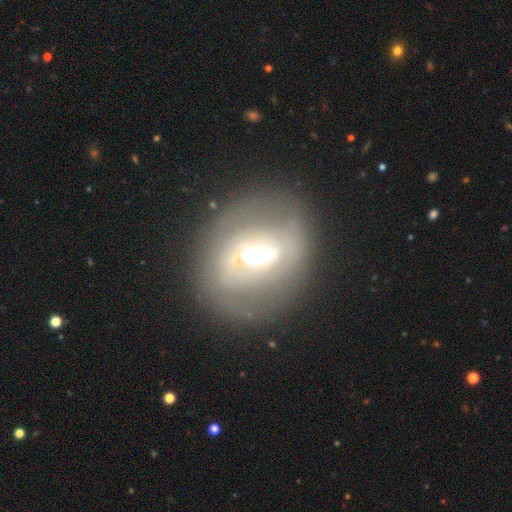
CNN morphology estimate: Smooth or featured? featured or disk (73%)
Edge-on disk? no (81%)
Bar? strong (65%)
Spiral arms? no (58%)
Bulge size? moderate (51%)
Merging? none (76%)